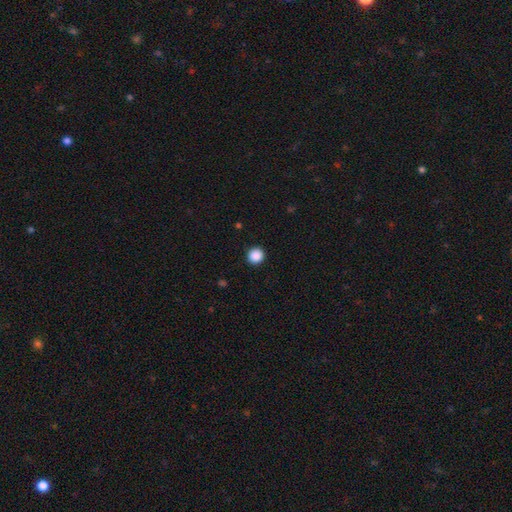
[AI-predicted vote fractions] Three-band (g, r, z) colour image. It shows a smooth galaxy with no disk features (88%) that is round (94%). Merging: none (93%).